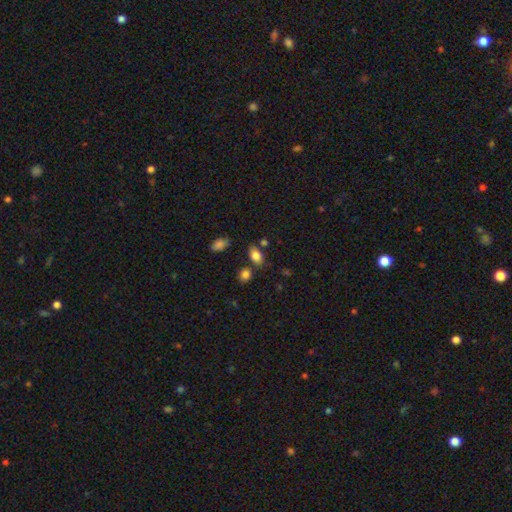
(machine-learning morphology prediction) type=smooth (83%); roundness=in between (87%); merging=none (70%).